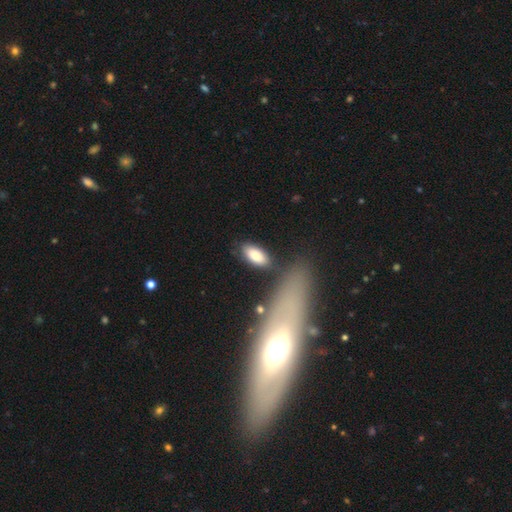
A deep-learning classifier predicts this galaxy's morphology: Q: Smooth or featured?
A: smooth (82%); runner-up: featured or disk (11%)
Q: How rounded?
A: in between (89%); runner-up: cigar-shaped (8%)
Q: Merging?
A: none (77%); runner-up: minor disturbance (12%)